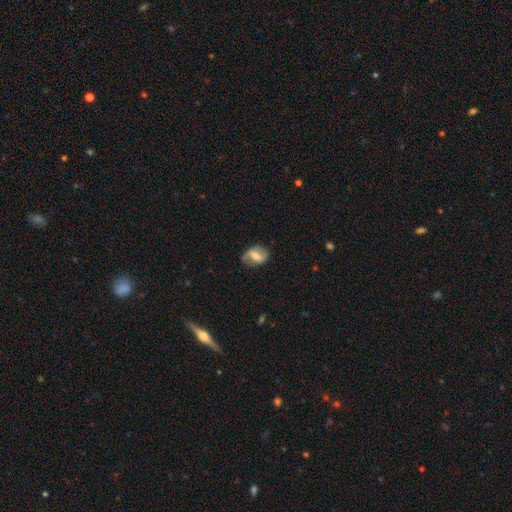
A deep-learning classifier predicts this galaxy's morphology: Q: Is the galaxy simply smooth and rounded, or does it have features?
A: featured or disk — 66%.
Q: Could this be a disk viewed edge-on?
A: no — 95%.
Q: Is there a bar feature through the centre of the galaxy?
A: strong — 42%.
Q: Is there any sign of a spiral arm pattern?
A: yes — 81%.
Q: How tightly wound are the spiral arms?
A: loose — 57%.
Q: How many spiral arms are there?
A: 2 — 87%.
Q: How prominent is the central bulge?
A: moderate — 49%.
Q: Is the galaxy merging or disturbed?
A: none — 72%.